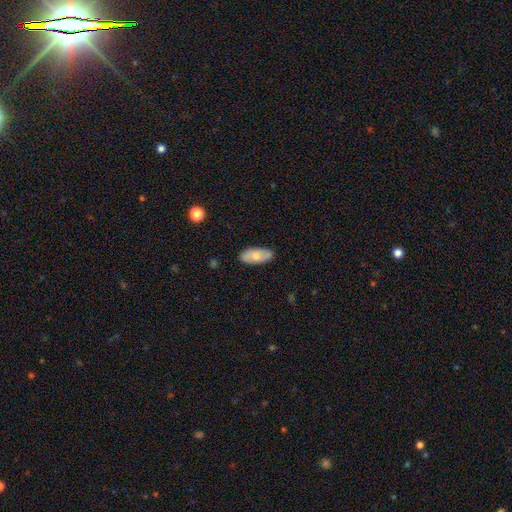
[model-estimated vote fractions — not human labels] A smooth galaxy with no disk features (73%) that is in between round and cigar-shaped (86%).

Vote fractions:
- Smooth or featured? smooth: 73% / featured or disk: 21% / star or artifact: 6%
- How rounded? in between: 86% / cigar-shaped: 11% / round: 2%
- Merging? none: 84% / minor disturbance: 12% / major disturbance: 2% / merger: 1%